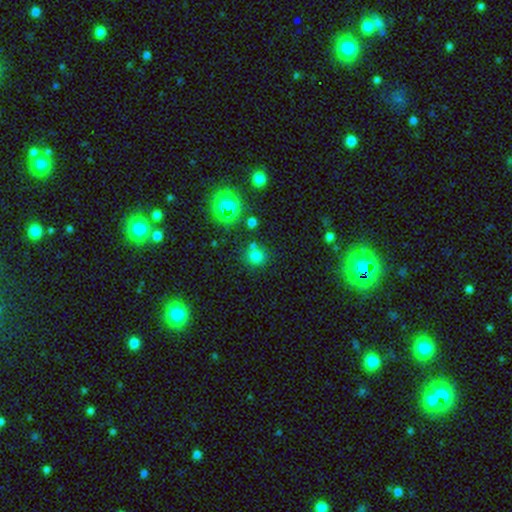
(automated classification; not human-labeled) A smooth galaxy with no disk features (72%) that is round (89%).

Vote fractions:
- Smooth or featured? smooth: 72% / star or artifact: 22% / featured or disk: 7%
- How rounded? round: 89% / in between: 10% / cigar-shaped: 1%
- Merging? none: 71% / merger: 16% / minor disturbance: 10% / major disturbance: 4%